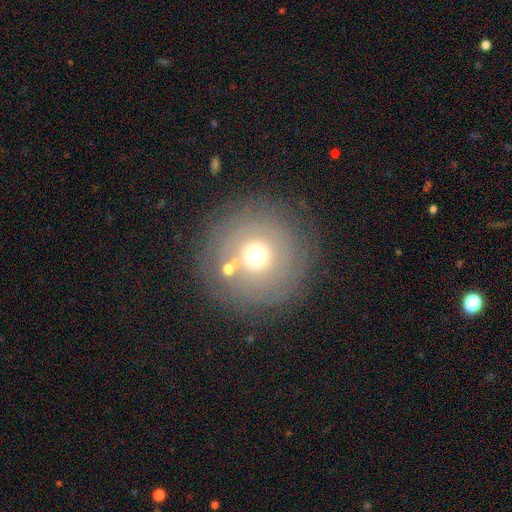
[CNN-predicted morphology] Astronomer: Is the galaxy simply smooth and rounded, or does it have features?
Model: smooth — 55%.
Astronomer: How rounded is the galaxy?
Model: round — 95%.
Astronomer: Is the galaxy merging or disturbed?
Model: none — 79%.